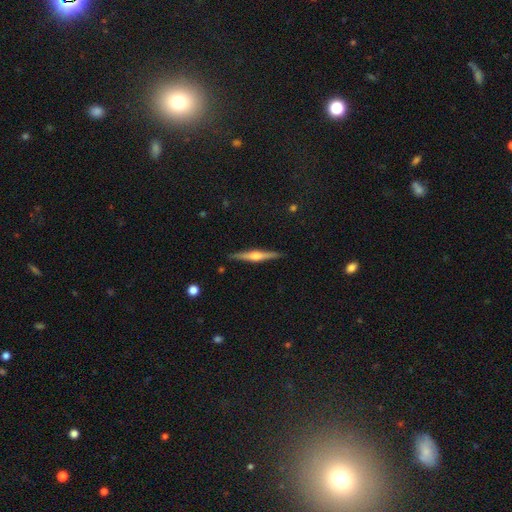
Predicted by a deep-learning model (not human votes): Smooth or featured?
  - featured or disk: 73% *
  - smooth: 21%
  - star or artifact: 6%
Edge-on disk?
  - yes: 98% *
  - no: 2%
Edge-on bulge?
  - rounded: 88% *
  - boxy: 8%
  - none: 4%
Merging?
  - none: 90% *
  - minor disturbance: 7%
  - major disturbance: 1%
  - merger: 1%